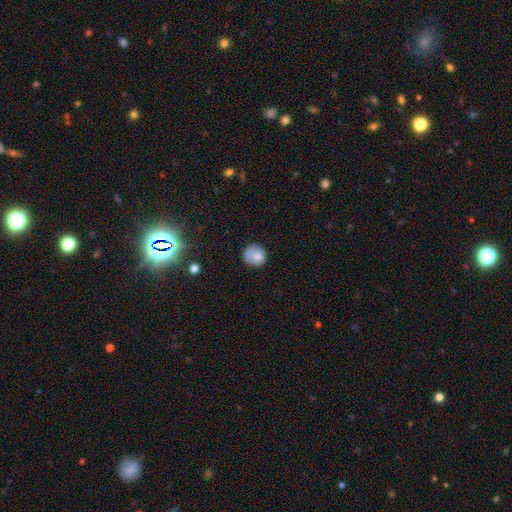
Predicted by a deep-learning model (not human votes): Smooth or featured? smooth (78%)
How rounded? round (87%)
Merging? none (71%)